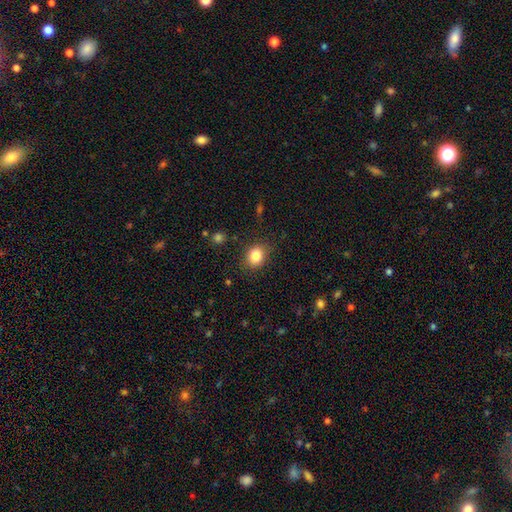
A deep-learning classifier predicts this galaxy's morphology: This is clearly a smooth galaxy (84%). How rounded: likely round (60%). Merging: clearly none (82%).